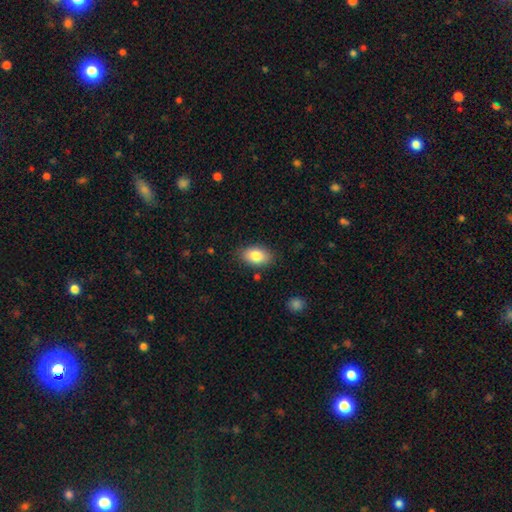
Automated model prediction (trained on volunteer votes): A smooth galaxy with no disk features (83%) that is in between round and cigar-shaped (90%). Merging: none (85%).